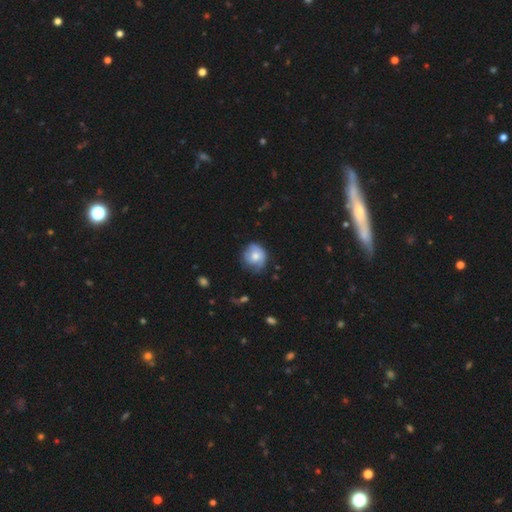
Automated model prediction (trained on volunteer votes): smooth 63%, featured or disk 30%, star or artifact 7%. Down the decision tree: how rounded — round (78%); merging — none (57%).